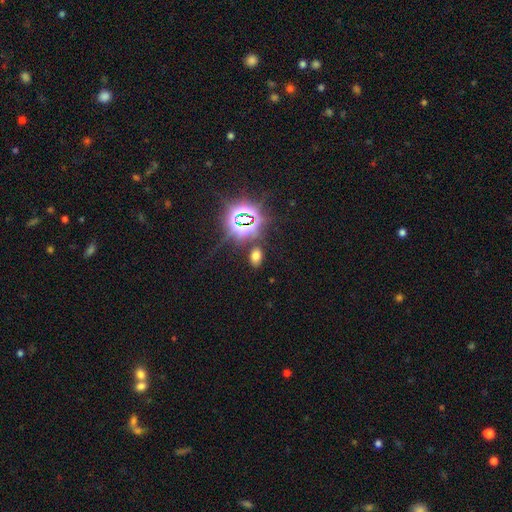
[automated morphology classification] type=smooth (57%); roundness=in between (86%); merging=none (84%).